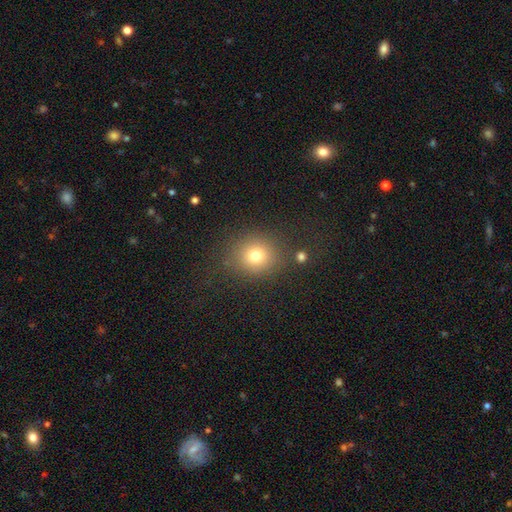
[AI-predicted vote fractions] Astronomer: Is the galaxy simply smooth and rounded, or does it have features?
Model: smooth — 75%.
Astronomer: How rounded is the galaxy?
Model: round — 82%.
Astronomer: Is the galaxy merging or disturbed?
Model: none — 81%.